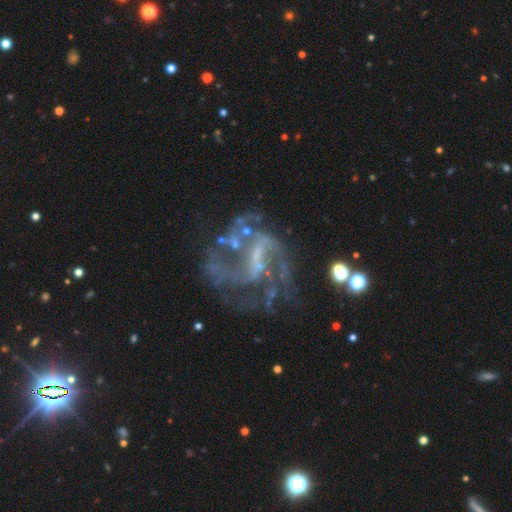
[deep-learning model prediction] Overall: featured or disk (82%). Edge-on disk: no (98%). Bar: weak (44%; strong 30%). Spiral arms: yes (87%). Spiral arm count: 2 (35%; can't tell 25%). Spiral winding: medium (46%; loose 33%). Bulge size: none (44%; small 42%). Merging: none (49%; major disturbance 28%).